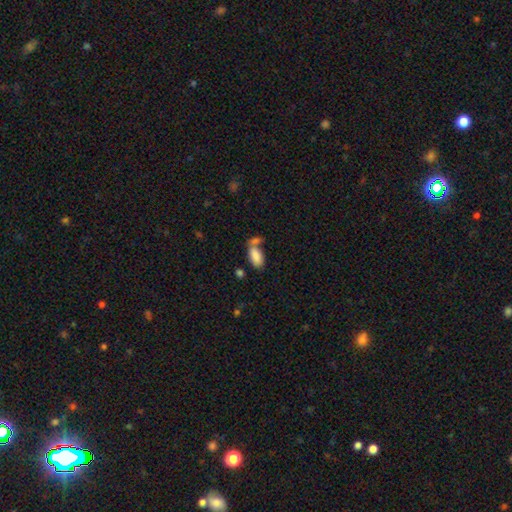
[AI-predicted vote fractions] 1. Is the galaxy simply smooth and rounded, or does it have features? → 85% smooth, 8% featured or disk, 8% star or artifact.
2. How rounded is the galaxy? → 93% in between, 5% cigar-shaped, 3% round.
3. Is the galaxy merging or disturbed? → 42% none, 39% merger, 13% minor disturbance, 6% major disturbance.